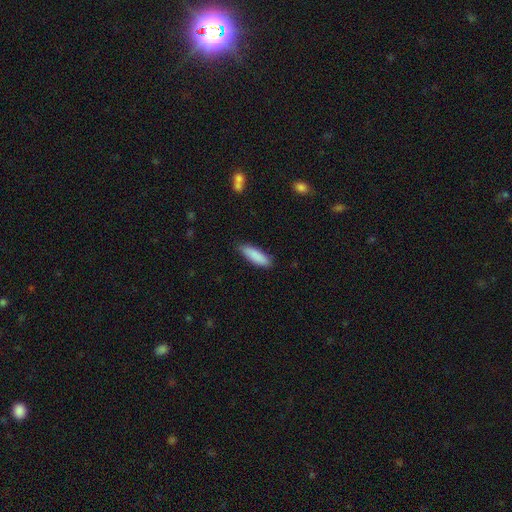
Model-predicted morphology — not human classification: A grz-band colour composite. It shows a smooth galaxy with no disk features (88%) that is in between round and cigar-shaped (49%, tied with cigar-shaped). Merging: none (82%).